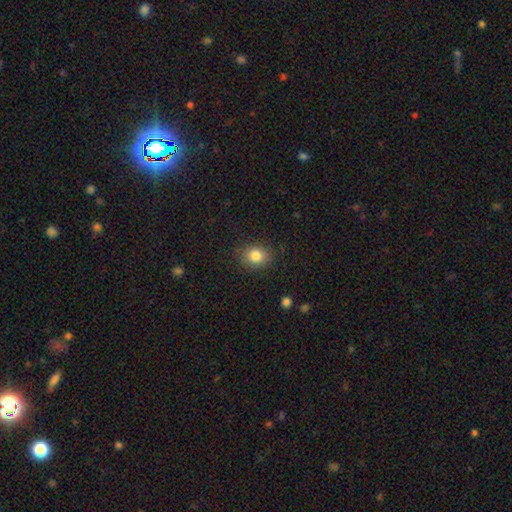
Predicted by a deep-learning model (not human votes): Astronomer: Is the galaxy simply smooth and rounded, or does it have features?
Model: smooth — 84%.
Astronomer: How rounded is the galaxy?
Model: round — 50% (runner-up: in between, 49%).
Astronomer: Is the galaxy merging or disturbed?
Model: none — 86%.